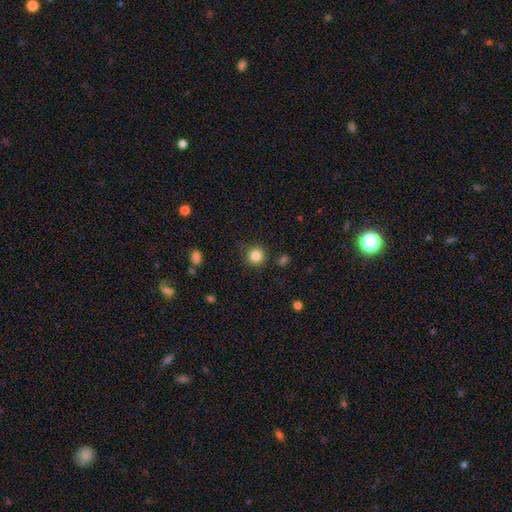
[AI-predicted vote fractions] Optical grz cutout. It shows a smooth galaxy with no disk features (84%) that is round (94%). Merging: none (88%).